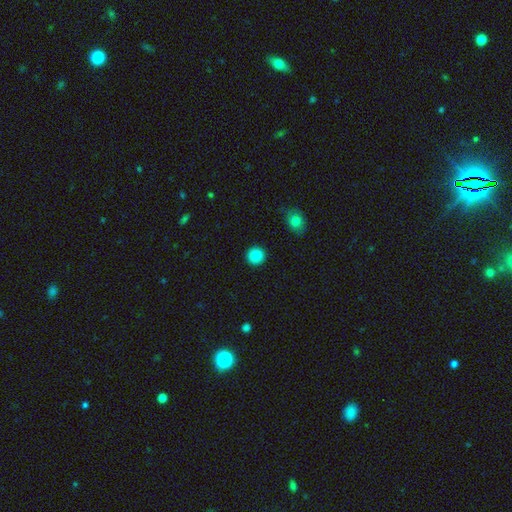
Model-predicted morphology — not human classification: A smooth galaxy with no disk features (87%) that is round (94%). Merging: none (93%).